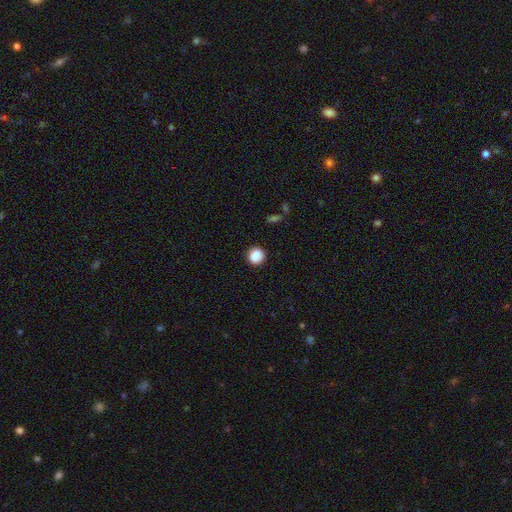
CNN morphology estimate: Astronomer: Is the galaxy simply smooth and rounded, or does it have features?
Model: smooth — 86%.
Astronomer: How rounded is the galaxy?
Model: round — 87%.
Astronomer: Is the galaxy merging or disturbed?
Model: none — 85%.